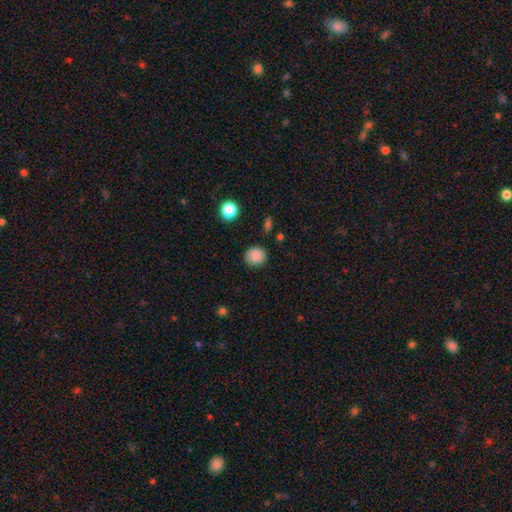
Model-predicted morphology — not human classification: type=smooth (86%); roundness=round (80%); merging=none (84%).